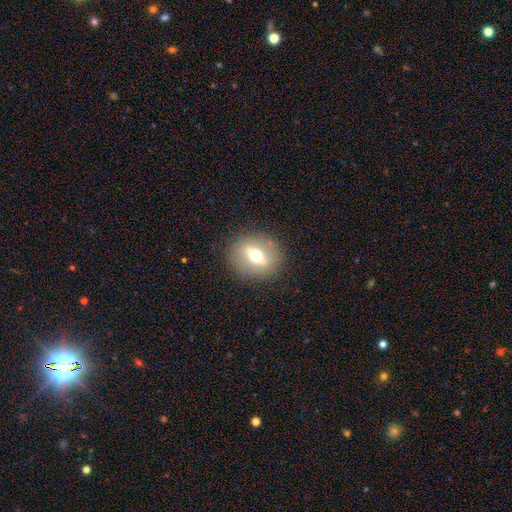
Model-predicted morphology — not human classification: Smooth or featured?
  - smooth: 49% *
  - featured or disk: 41%
  - star or artifact: 10%
Merging?
  - none: 86% *
  - minor disturbance: 9%
  - major disturbance: 4%
  - merger: 1%